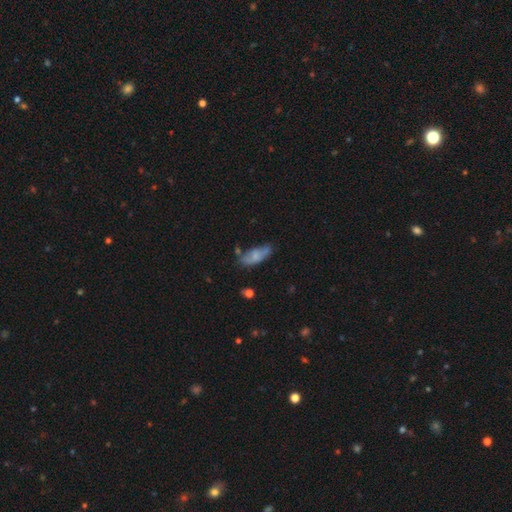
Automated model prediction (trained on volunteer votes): A smooth galaxy with no disk features (65%) that is in between round and cigar-shaped (76%). Merging: none (48%).